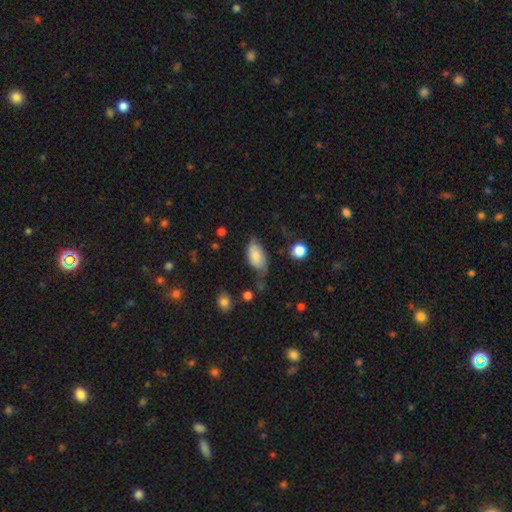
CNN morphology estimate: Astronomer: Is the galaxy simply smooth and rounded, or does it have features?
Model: smooth — 76%.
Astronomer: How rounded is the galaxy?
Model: in between — 93%.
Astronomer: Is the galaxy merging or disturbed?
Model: none — 44% (runner-up: minor disturbance, 37%).